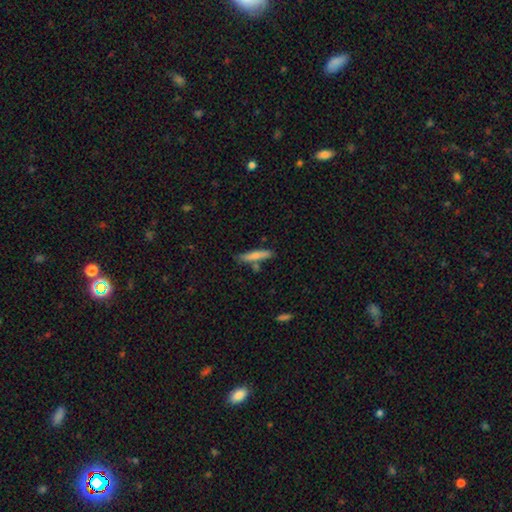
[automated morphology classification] smooth_or_featured: smooth (p=0.75) [alt: featured or disk p=0.19]
how_rounded: cigar-shaped (p=0.88) [alt: in between p=0.11]
merging: none (p=0.73) [alt: minor disturbance p=0.14]